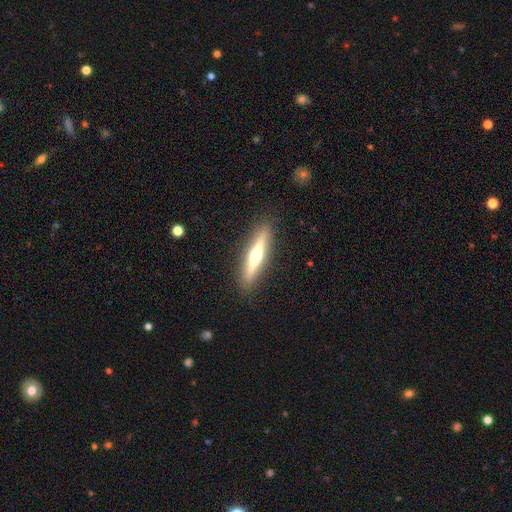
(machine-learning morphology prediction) Smooth or featured: featured or disk — 65% (smooth — 29%)
Edge-on disk: yes — 96% (no — 4%)
Edge-on bulge: rounded — 93% (none — 4%)
Merging: none — 90% (minor disturbance — 7%)